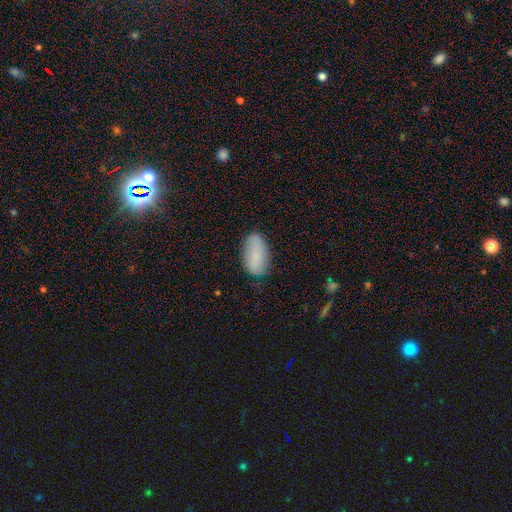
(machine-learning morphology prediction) Smooth or featured? smooth (81%)
How rounded? in between (93%)
Merging? none (75%)